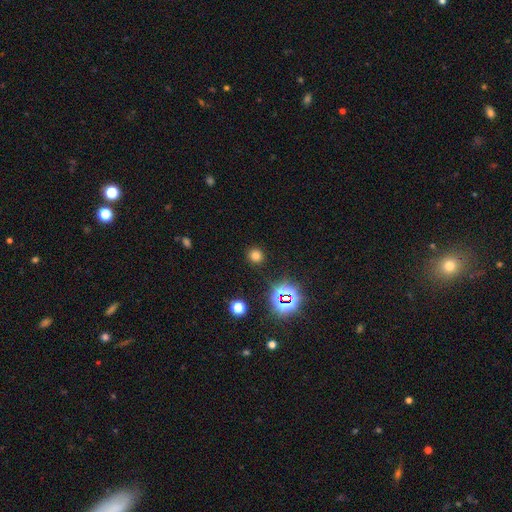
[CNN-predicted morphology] smooth_or_featured: smooth (p=0.70) [alt: star or artifact p=0.24]
how_rounded: round (p=0.90) [alt: in between p=0.09]
merging: none (p=0.89) [alt: minor disturbance p=0.07]